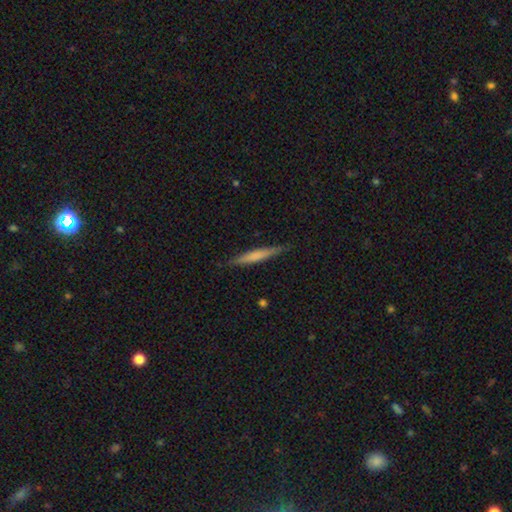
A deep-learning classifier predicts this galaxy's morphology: smooth-or-featured: smooth: 58% | featured or disk: 36% | star or artifact: 6%
  how-rounded: cigar-shaped: 94% | in between: 5% | round: 1%
  merging: none: 87% | minor disturbance: 10% | major disturbance: 2% | merger: 1%